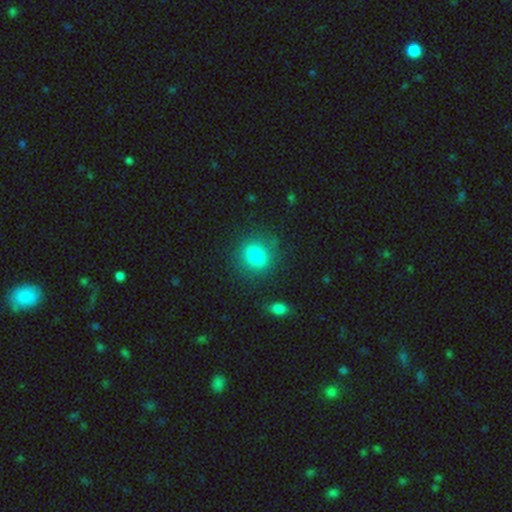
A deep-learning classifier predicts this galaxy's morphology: smooth_or_featured: smooth (p=0.80) [alt: star or artifact p=0.11]
how_rounded: round (p=0.72) [alt: in between p=0.26]
merging: none (p=0.83) [alt: minor disturbance p=0.11]